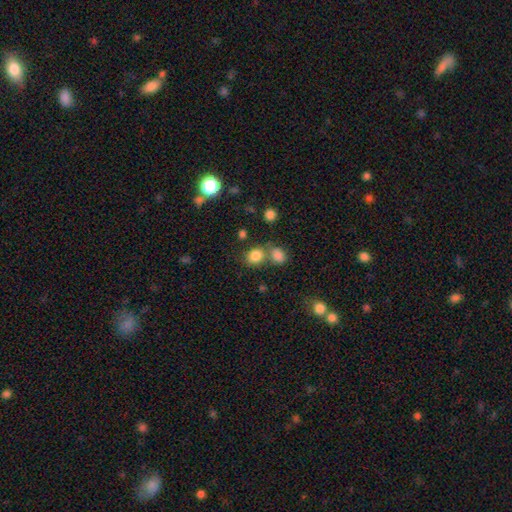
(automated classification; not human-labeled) Morphology: type=smooth (82%); roundness=round (64%); merging=none (58%).